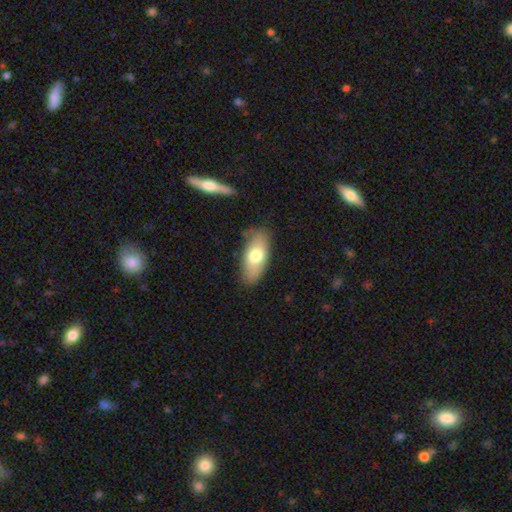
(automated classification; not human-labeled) smooth_or_featured: smooth (p=0.69) [alt: featured or disk p=0.25]
how_rounded: in between (p=0.86) [alt: cigar-shaped p=0.11]
merging: none (p=0.80) [alt: minor disturbance p=0.15]